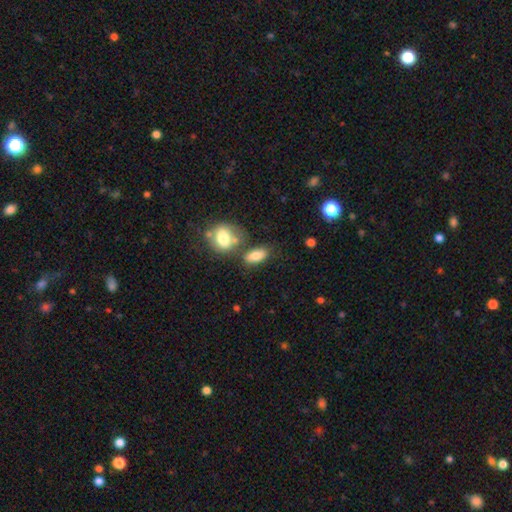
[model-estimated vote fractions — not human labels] smooth-or-featured: smooth: 81% | featured or disk: 11% | star or artifact: 8%
  how-rounded: in between: 83% | cigar-shaped: 9% | round: 8%
  merging: none: 61% | merger: 19% | minor disturbance: 14% | major disturbance: 5%